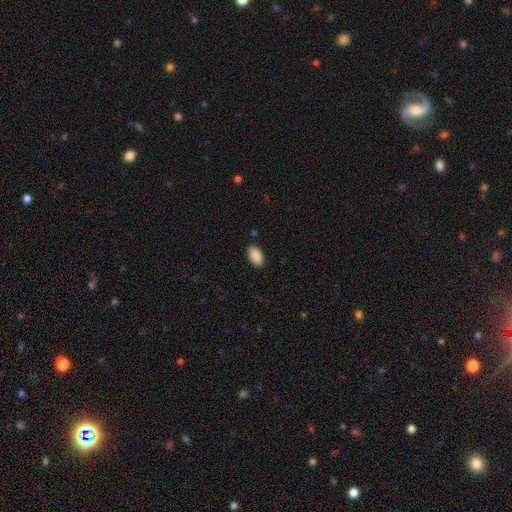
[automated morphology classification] This is clearly a smooth galaxy (89%). How rounded: clearly in between (95%). Merging: clearly none (89%).